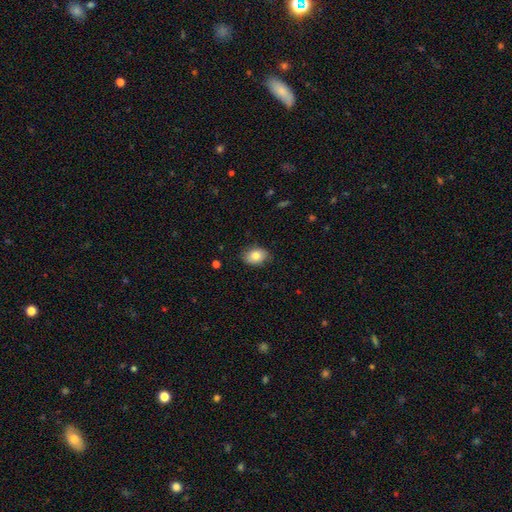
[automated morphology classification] This is clearly a smooth galaxy (82%). How rounded: likely in between (79%). Merging: clearly none (84%).